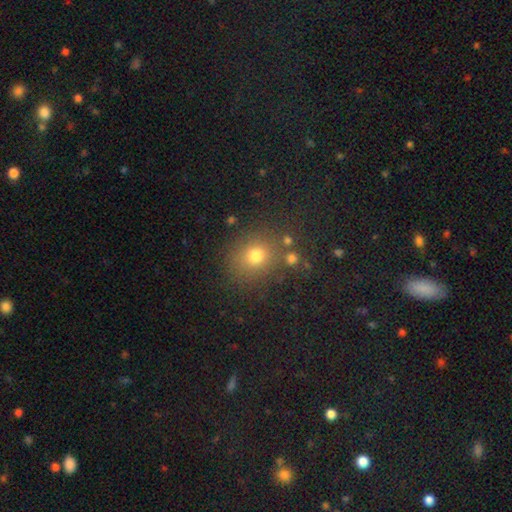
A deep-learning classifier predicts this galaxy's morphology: Smooth or featured? Predicted: smooth (p=0.73). How rounded? Predicted: round (p=0.77). Merging? Predicted: none (p=0.78).